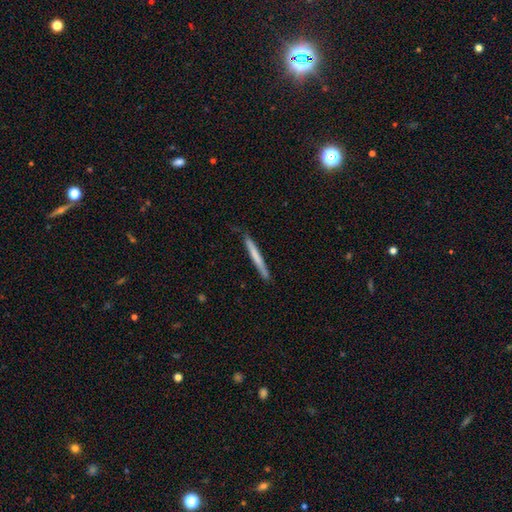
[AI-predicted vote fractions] Q: Smooth or featured?
A: smooth (64%); runner-up: featured or disk (31%)
Q: How rounded?
A: cigar-shaped (97%); runner-up: in between (2%)
Q: Merging?
A: none (84%); runner-up: minor disturbance (13%)